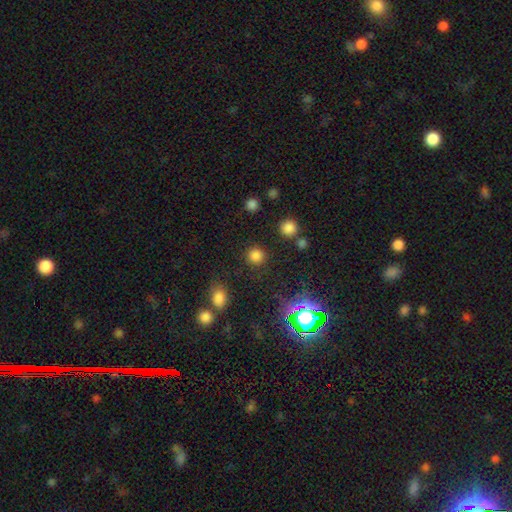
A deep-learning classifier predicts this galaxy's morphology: smooth 75%, star or artifact 20%, featured or disk 5%. Down the decision tree: how rounded — round (92%); merging — none (87%).